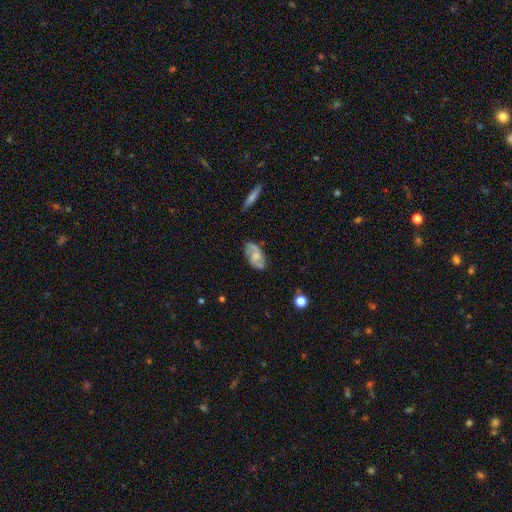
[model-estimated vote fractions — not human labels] This is likely a featured or disk galaxy (65%). It is clearly not viewed edge-on (94%). Bar: possibly no (55%). Spiral arm pattern: clearly yes (89%). Spiral arm count: clearly 2 (84%). Spiral winding: possibly medium (48%). Central bulge: marginally moderate (41%). Merging: likely none (75%).